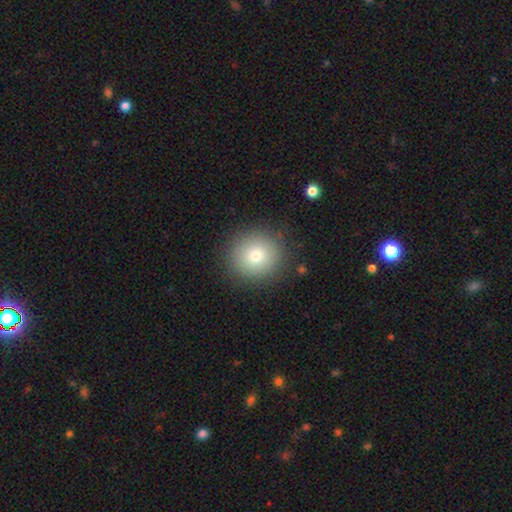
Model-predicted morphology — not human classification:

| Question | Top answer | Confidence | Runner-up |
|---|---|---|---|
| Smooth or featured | smooth | 76% | star or artifact (12%) |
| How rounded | round | 91% | in between (8%) |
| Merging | none | 89% | minor disturbance (7%) |